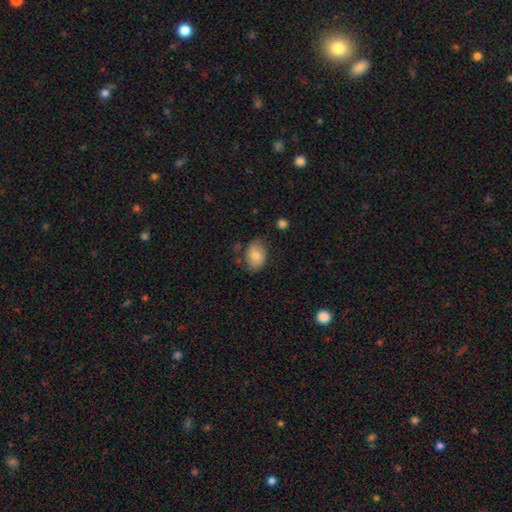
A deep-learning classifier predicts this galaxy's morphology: A smooth galaxy with no disk features (78%) that is in between round and cigar-shaped (80%). Merging: none (71%).